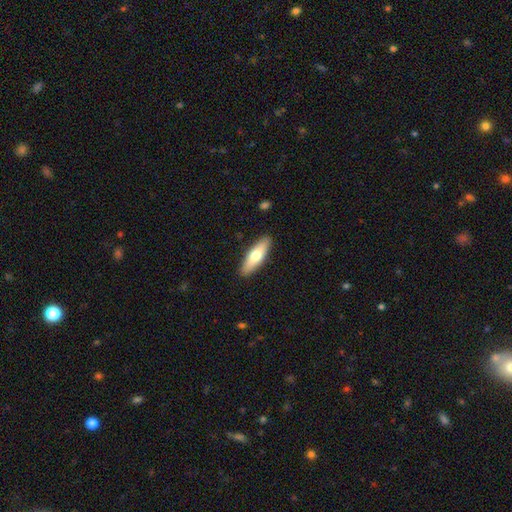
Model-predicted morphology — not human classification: Overall: smooth (64%; featured or disk 31%). How rounded: cigar-shaped (53%; in between 45%). Merging: none (90%).